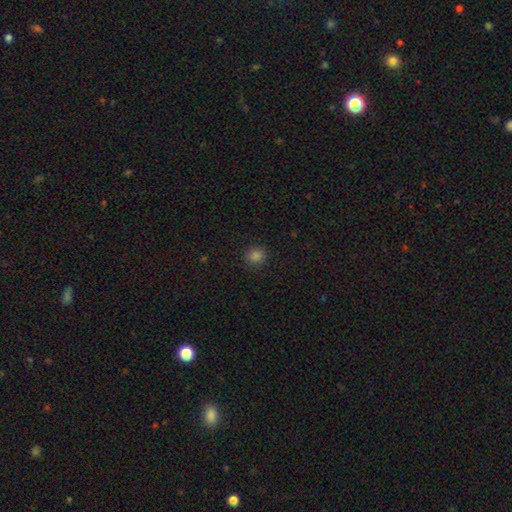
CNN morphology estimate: This is clearly a smooth galaxy (82%). How rounded: clearly round (85%). Merging: clearly none (91%).